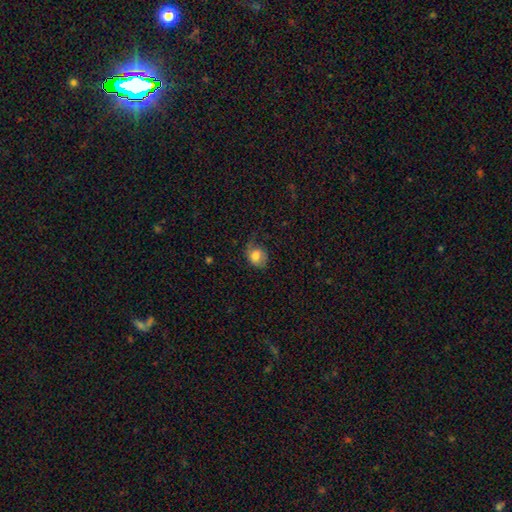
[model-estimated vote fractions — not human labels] This appears to be a smooth galaxy with no disk features (72%) that is round (51%). Merging: none (44%).